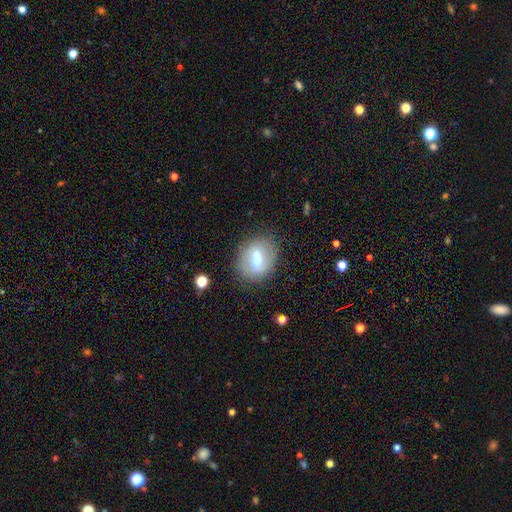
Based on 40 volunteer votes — Morphology: type=smooth (57%); roundness=round (65%); merging=none (45%).